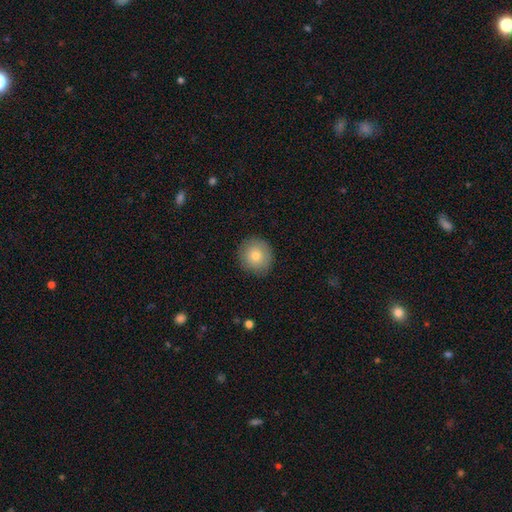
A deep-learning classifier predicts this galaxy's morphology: Smooth or featured? Predicted: smooth (p=0.78). How rounded? Predicted: round (p=0.91). Merging? Predicted: none (p=0.89).